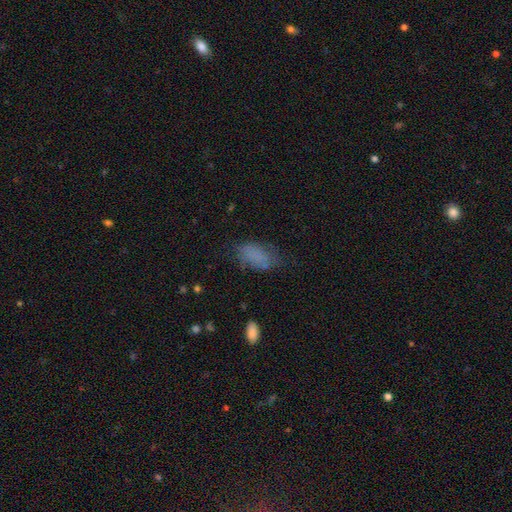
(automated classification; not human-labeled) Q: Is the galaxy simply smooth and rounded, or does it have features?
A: smooth — 76%.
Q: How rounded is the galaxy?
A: in between — 91%.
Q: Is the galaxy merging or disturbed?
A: none — 59%.